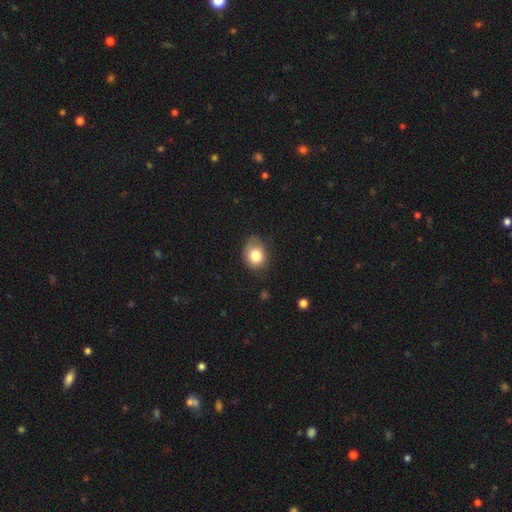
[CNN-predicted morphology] This appears to be a smooth galaxy with no disk features (80%) that is in between round and cigar-shaped (51%). Merging: none (57%).